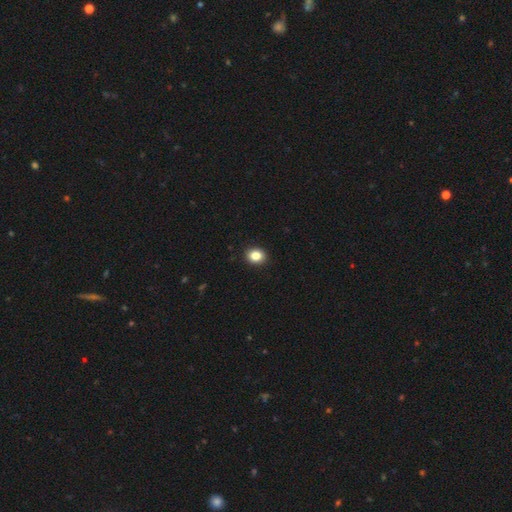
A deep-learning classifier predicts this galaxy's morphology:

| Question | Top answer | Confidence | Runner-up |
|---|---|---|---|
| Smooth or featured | smooth | 84% | star or artifact (10%) |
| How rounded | round | 59% | in between (40%) |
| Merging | none | 92% | minor disturbance (6%) |